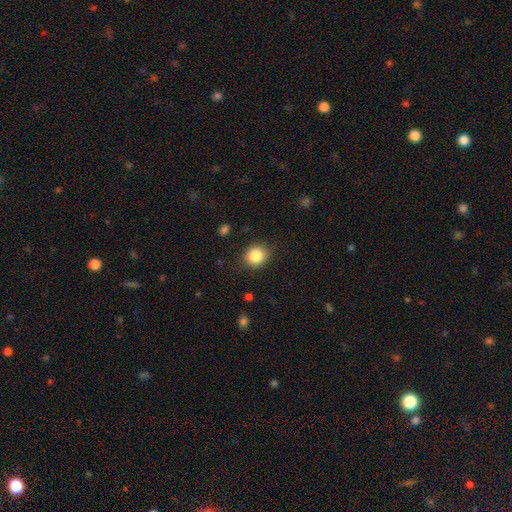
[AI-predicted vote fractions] Smooth or featured? Predicted: smooth (p=0.85). How rounded? Predicted: round (p=0.78). Merging? Predicted: none (p=0.85).